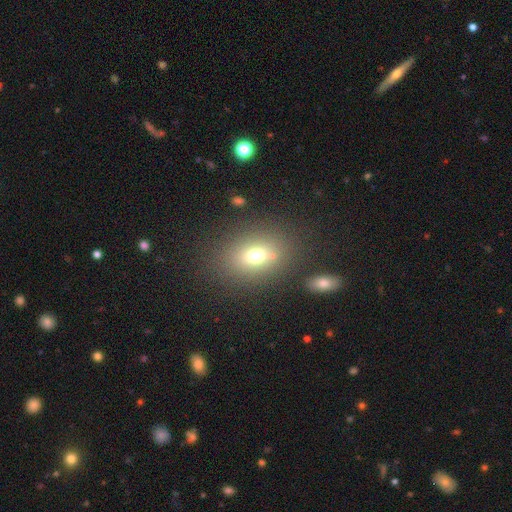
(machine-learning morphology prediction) Q: Smooth or featured?
A: smooth (69%); runner-up: star or artifact (16%)
Q: How rounded?
A: in between (56%); runner-up: round (42%)
Q: Merging?
A: none (75%); runner-up: minor disturbance (11%)